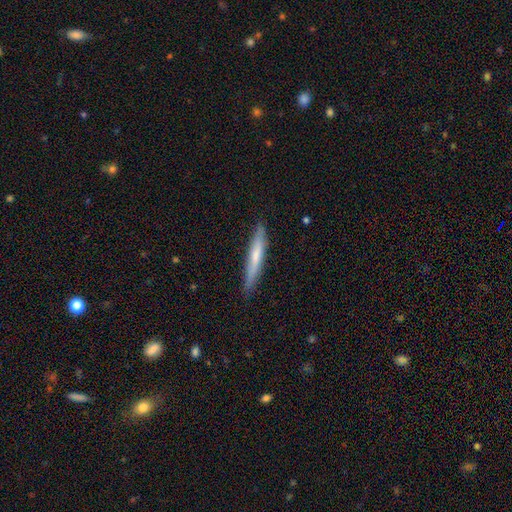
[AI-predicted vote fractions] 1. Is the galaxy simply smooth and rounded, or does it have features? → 57% smooth, 37% featured or disk, 6% star or artifact.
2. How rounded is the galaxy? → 94% cigar-shaped, 5% in between, 1% round.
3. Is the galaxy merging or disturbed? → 85% none, 12% minor disturbance, 2% major disturbance, 1% merger.